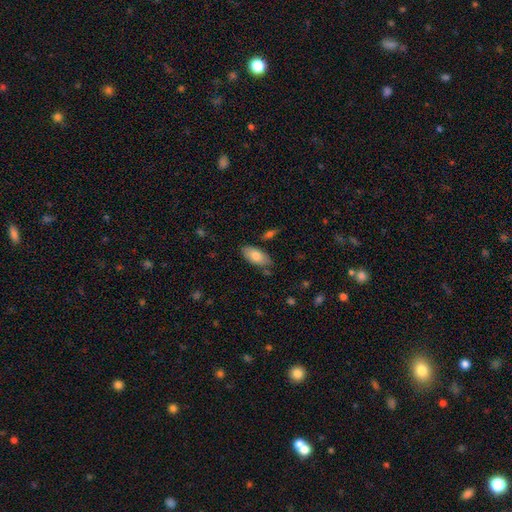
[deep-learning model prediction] smooth_or_featured: smooth (p=0.79) [alt: featured or disk p=0.15]
how_rounded: in between (p=0.93) [alt: cigar-shaped p=0.05]
merging: none (p=0.78) [alt: minor disturbance p=0.15]